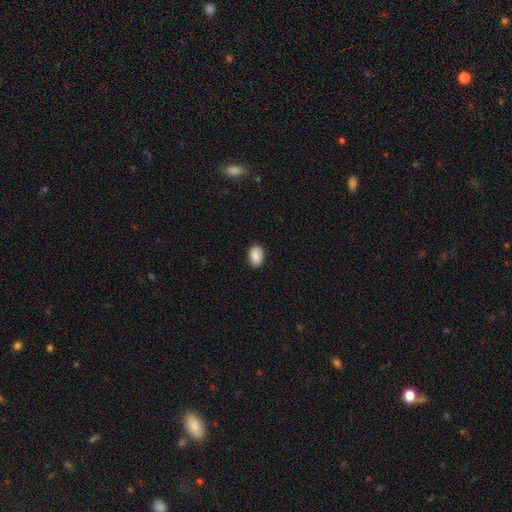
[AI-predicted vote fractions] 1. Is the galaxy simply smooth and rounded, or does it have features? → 87% smooth, 7% star or artifact, 6% featured or disk.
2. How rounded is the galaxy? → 84% in between, 14% round, 1% cigar-shaped.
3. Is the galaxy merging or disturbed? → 88% none, 9% minor disturbance, 2% major disturbance, 1% merger.